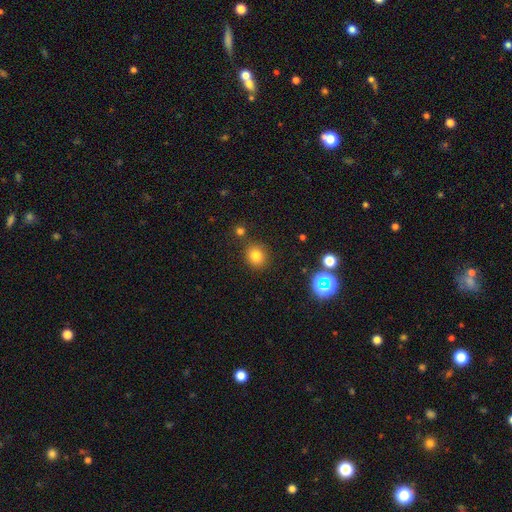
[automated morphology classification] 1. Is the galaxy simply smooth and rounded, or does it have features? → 79% smooth, 15% star or artifact, 7% featured or disk.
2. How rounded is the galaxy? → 83% round, 16% in between, 1% cigar-shaped.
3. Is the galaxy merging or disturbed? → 82% none, 9% minor disturbance, 6% merger, 3% major disturbance.